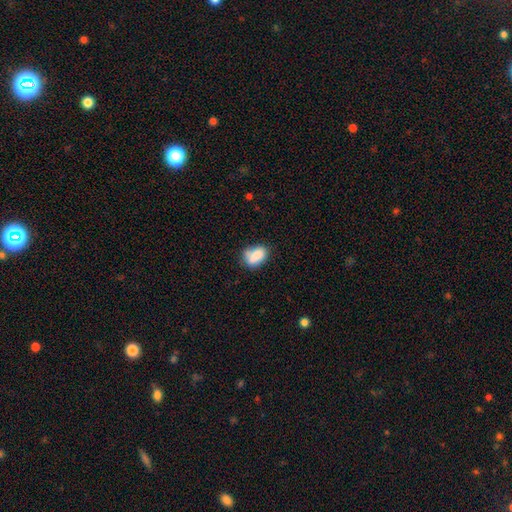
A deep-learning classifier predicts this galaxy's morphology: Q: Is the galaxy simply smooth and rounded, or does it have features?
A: smooth — 79%.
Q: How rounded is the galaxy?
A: in between — 83%.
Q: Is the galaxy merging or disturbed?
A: none — 51%.